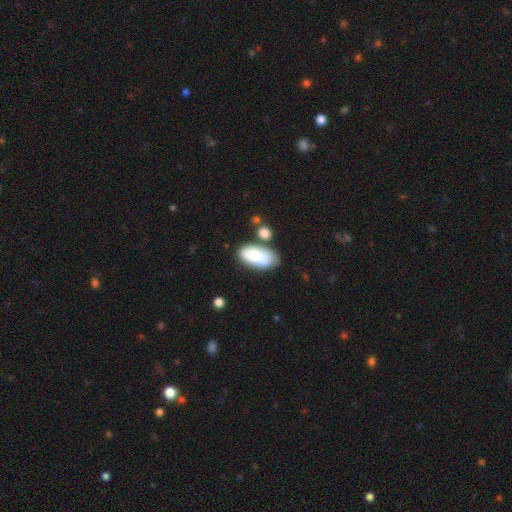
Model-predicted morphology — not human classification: smooth_or_featured: smooth (p=0.76) [alt: featured or disk p=0.17]
how_rounded: in between (p=0.93) [alt: cigar-shaped p=0.04]
merging: none (p=0.49) [alt: merger p=0.24]